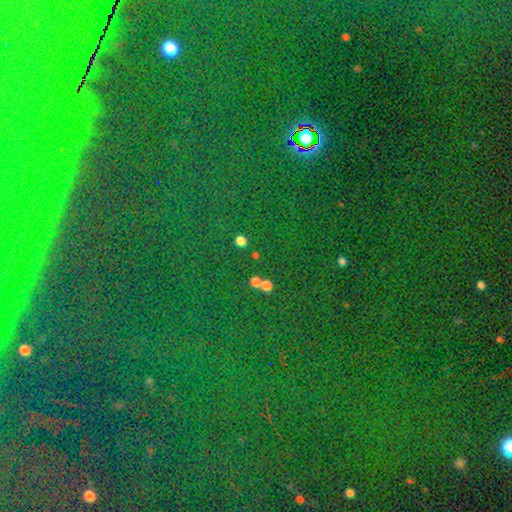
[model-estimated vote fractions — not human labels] Smooth or featured?
  - star or artifact: 74% *
  - smooth: 18%
  - featured or disk: 8%